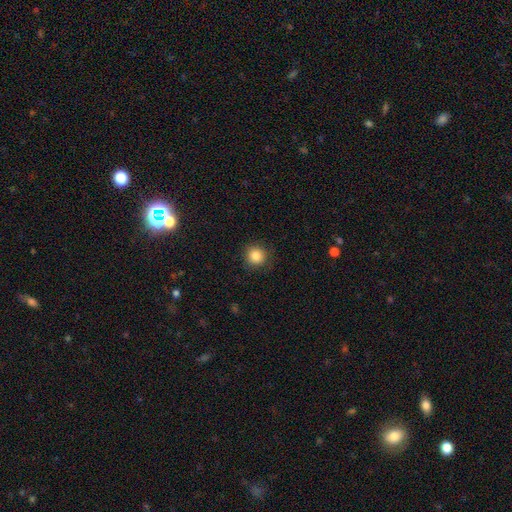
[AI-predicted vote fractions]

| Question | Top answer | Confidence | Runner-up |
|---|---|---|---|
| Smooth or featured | smooth | 84% | star or artifact (11%) |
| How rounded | round | 93% | in between (6%) |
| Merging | none | 88% | minor disturbance (8%) |